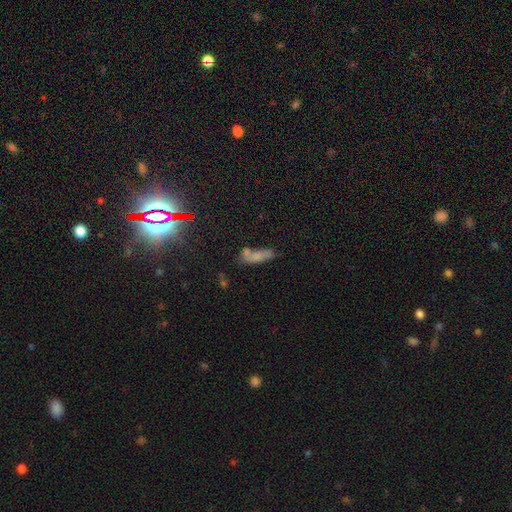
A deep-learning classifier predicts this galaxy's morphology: The model was most divided on "how rounded": in between: 50%, cigar-shaped: 46%, round: 4%. Remaining: smooth or featured — smooth (63%); merging — none (49%).